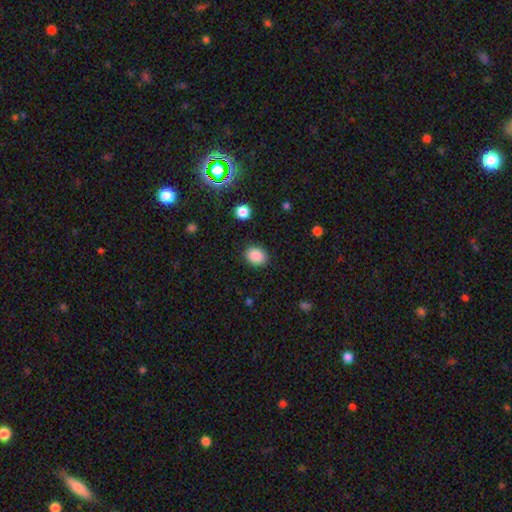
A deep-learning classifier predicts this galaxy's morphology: A smooth galaxy with no disk features (87%) that is in between round and cigar-shaped (52%). Merging: none (88%).